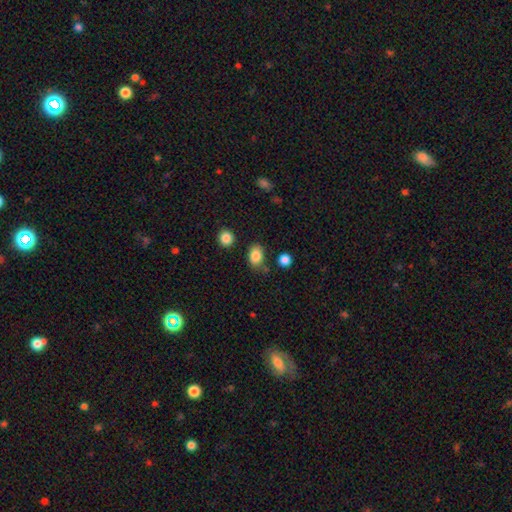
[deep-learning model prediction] A smooth galaxy with no disk features (86%) that is in between round and cigar-shaped (72%).

Vote fractions:
- Smooth or featured? smooth: 86% / star or artifact: 9% / featured or disk: 5%
- How rounded? in between: 72% / round: 27% / cigar-shaped: 1%
- Merging? none: 76% / minor disturbance: 14% / merger: 6% / major disturbance: 4%